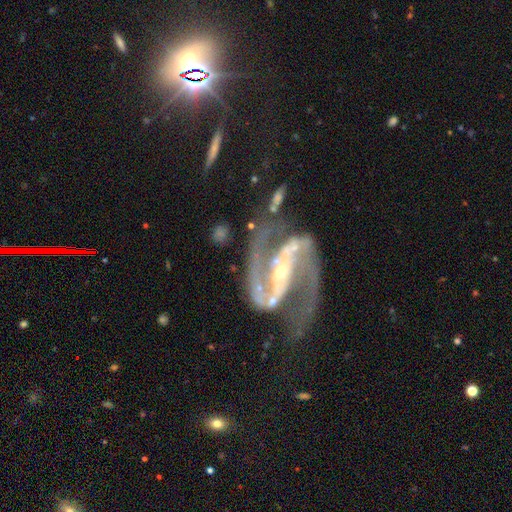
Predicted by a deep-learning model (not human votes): This is clearly a featured or disk galaxy (93%). It is clearly not viewed edge-on (97%). Bar: likely strong (71%). Spiral arm pattern: clearly yes (99%). Spiral arm count: clearly 2 (94%). Spiral winding: likely medium (60%). Central bulge: likely small (69%). Merging: likely none (65%).